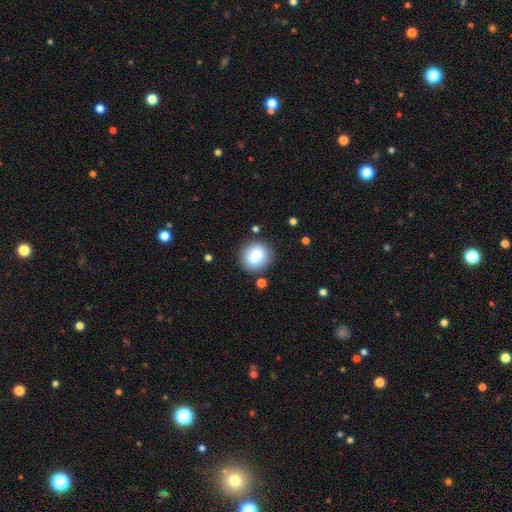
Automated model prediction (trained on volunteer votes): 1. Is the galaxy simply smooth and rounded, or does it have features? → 83% smooth, 9% star or artifact, 8% featured or disk.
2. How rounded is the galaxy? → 87% round, 12% in between, 1% cigar-shaped.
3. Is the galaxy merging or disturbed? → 83% none, 10% minor disturbance, 4% merger, 3% major disturbance.